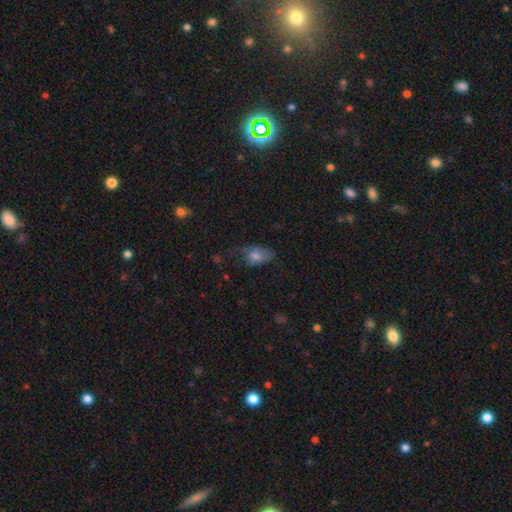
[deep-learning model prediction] smooth-or-featured: smooth: 62% | featured or disk: 25% | star or artifact: 13%
  how-rounded: in between: 84% | round: 12% | cigar-shaped: 3%
  merging: none: 42% | minor disturbance: 32% | major disturbance: 24% | merger: 2%